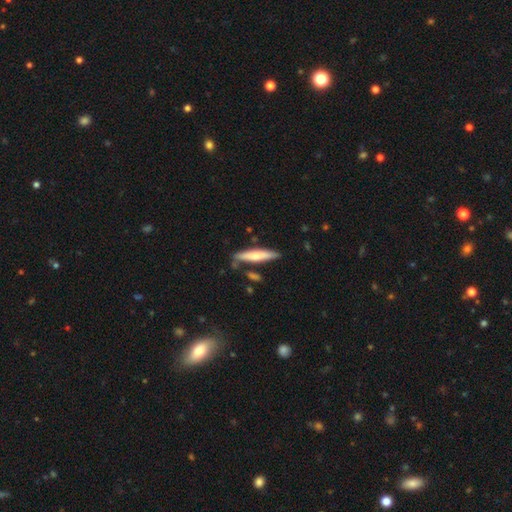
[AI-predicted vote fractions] smooth_or_featured: smooth (p=0.61) [alt: featured or disk p=0.34]
how_rounded: cigar-shaped (p=0.87) [alt: in between p=0.11]
merging: none (p=0.77) [alt: minor disturbance p=0.14]